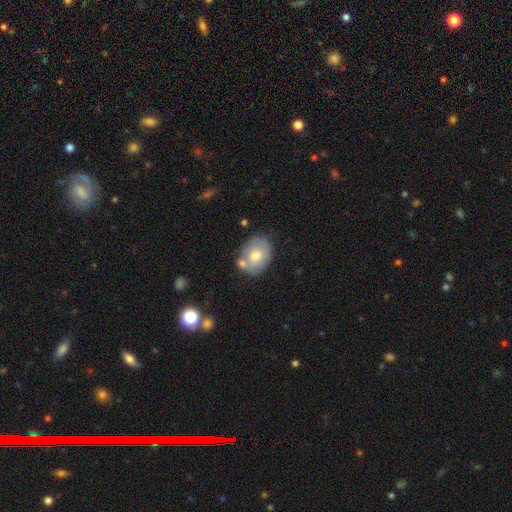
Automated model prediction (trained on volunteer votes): This appears to be a smooth galaxy with no disk features (68%) that is in between round and cigar-shaped (65%). Merging: none (65%).